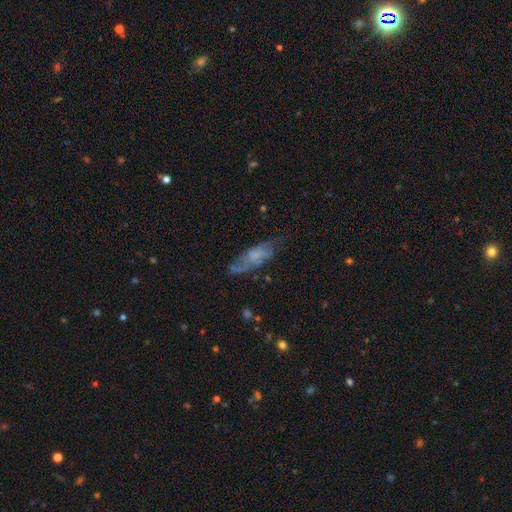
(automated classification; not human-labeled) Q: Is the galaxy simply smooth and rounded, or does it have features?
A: featured or disk — 50%.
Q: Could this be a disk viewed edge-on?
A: no — 76%.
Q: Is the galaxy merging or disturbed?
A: none — 54%.